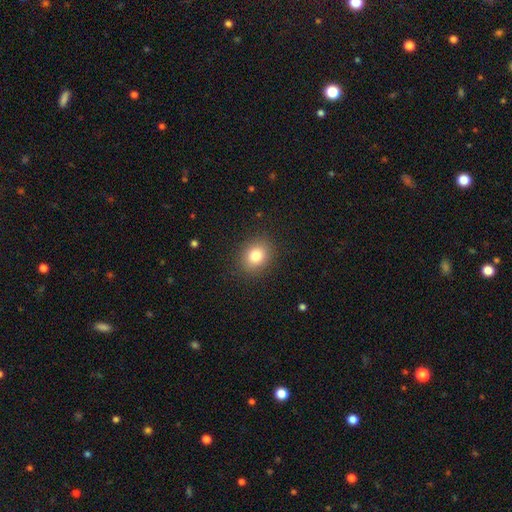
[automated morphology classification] This is clearly a smooth galaxy (81%). How rounded: possibly round (57%). Merging: clearly none (88%).